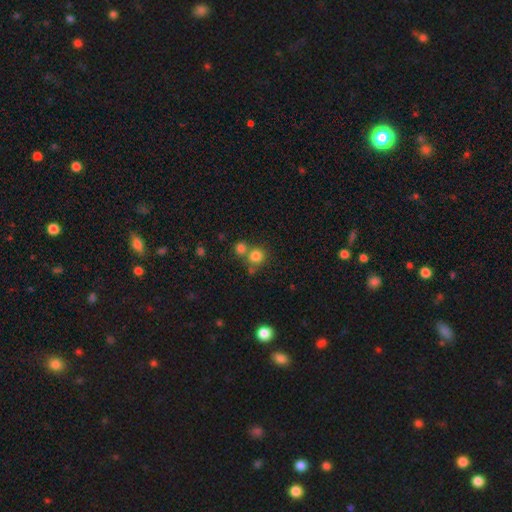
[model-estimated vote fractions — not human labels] smooth_or_featured: smooth (p=0.80) [alt: star or artifact p=0.13]
how_rounded: round (p=0.86) [alt: in between p=0.13]
merging: none (p=0.58) [alt: merger p=0.31]